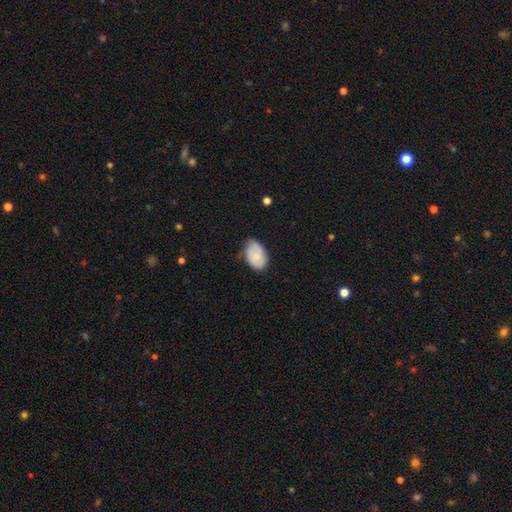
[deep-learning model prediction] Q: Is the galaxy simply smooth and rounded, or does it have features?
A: smooth — 68%.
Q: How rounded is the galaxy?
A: in between — 88%.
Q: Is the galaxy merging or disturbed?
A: none — 63%.